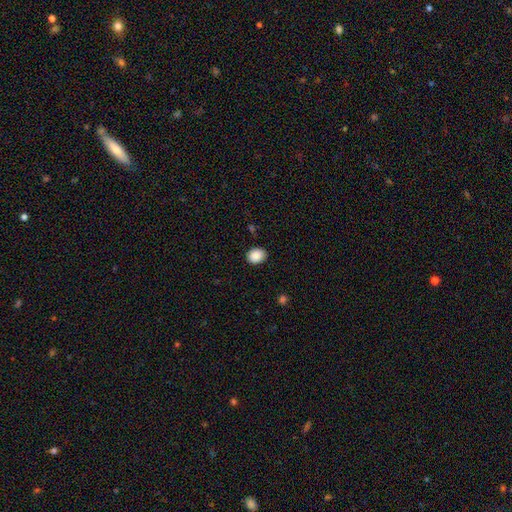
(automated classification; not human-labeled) Smooth or featured? smooth (89%)
How rounded? round (50%)
Merging? none (88%)